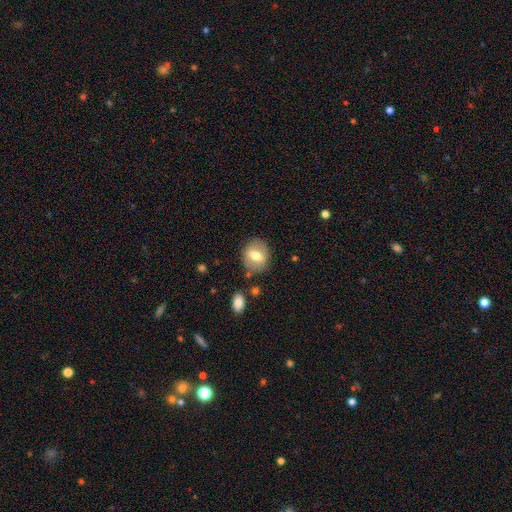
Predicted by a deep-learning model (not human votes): This appears to be a smooth galaxy with no disk features (59%) that is round (60%). Merging: none (80%).